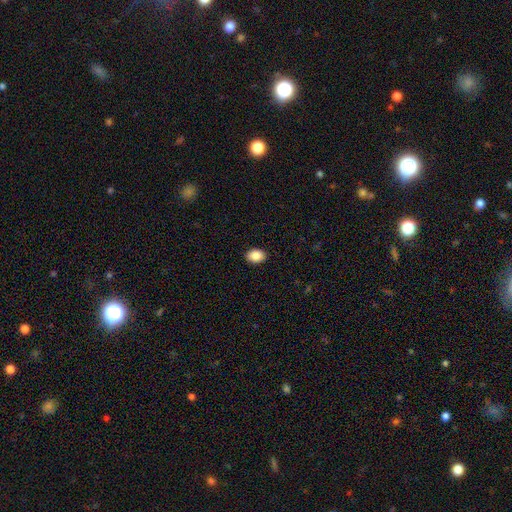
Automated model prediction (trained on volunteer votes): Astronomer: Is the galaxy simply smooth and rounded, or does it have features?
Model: smooth — 87%.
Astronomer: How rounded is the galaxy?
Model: in between — 79%.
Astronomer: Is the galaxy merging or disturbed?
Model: none — 91%.